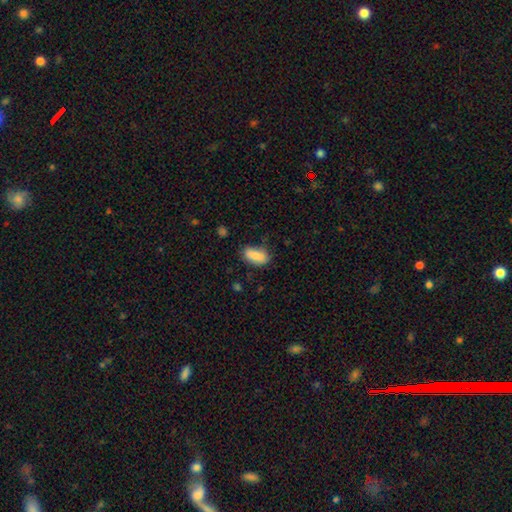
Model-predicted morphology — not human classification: smooth_or_featured: smooth (p=0.86) [alt: star or artifact p=0.07]
how_rounded: in between (p=0.87) [alt: cigar-shaped p=0.10]
merging: none (p=0.72) [alt: minor disturbance p=0.21]